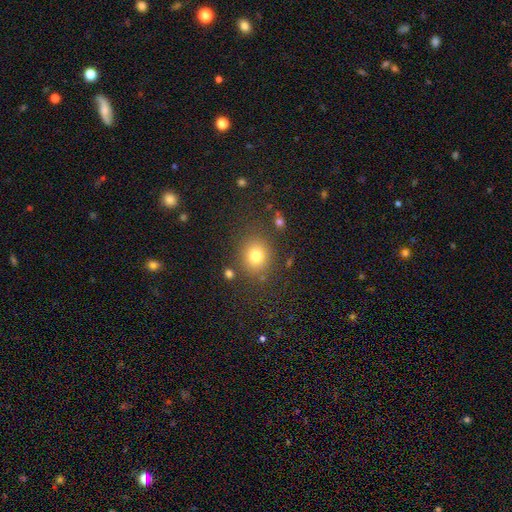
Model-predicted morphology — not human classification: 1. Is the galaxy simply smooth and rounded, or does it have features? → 79% smooth, 13% star or artifact, 8% featured or disk.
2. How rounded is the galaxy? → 69% round, 30% in between, 1% cigar-shaped.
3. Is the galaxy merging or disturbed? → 81% none, 11% minor disturbance, 4% major disturbance, 4% merger.